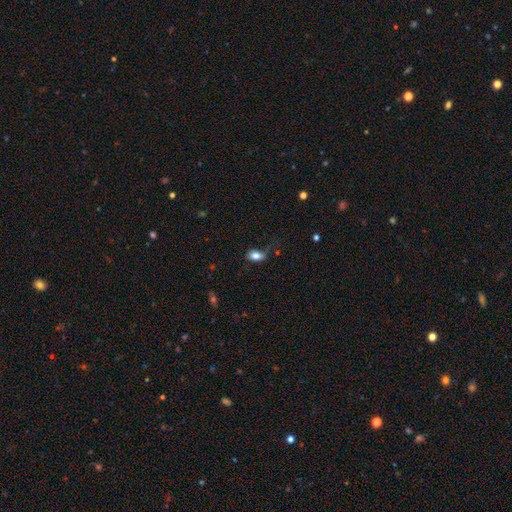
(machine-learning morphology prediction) This appears to be a smooth galaxy with no disk features (81%) that is in between round and cigar-shaped (84%). Merging: none (54%).